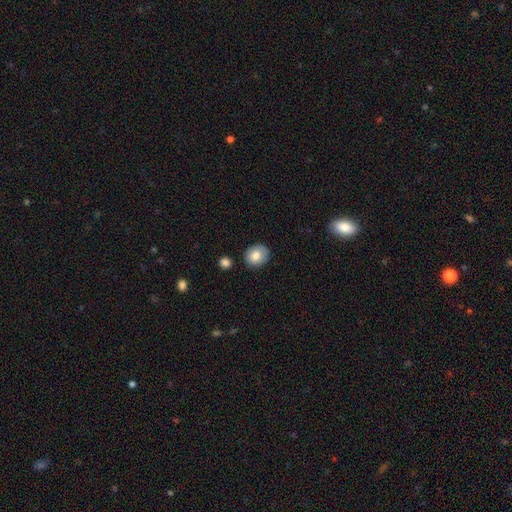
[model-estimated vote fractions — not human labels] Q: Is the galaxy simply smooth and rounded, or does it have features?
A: smooth — 81%.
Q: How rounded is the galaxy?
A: round — 66%.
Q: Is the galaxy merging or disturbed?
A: none — 80%.